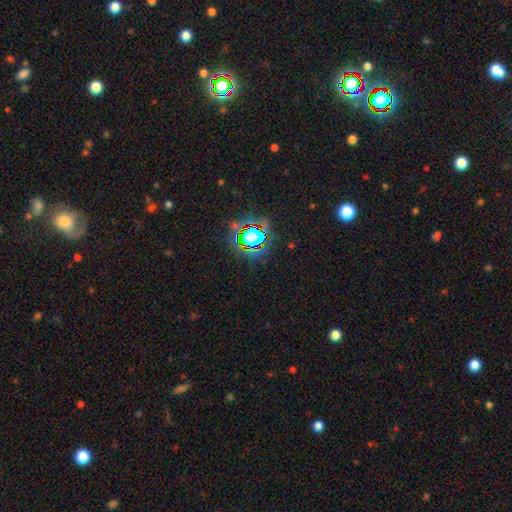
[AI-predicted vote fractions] Smooth or featured? Predicted: star or artifact (p=0.81).